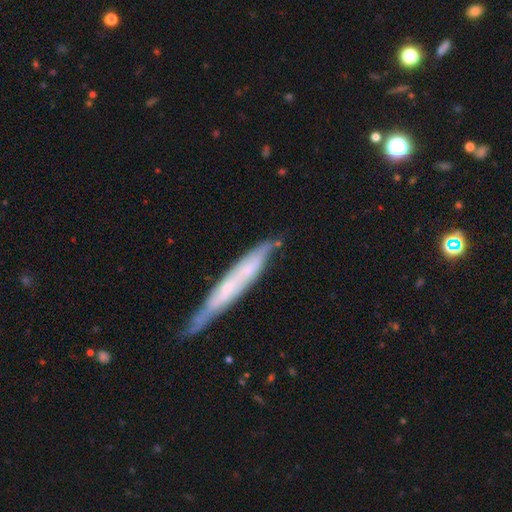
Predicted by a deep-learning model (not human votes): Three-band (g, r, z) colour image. It shows a smooth galaxy with no disk features (53%) that is cigar-shaped (87%). Merging: none (65%).